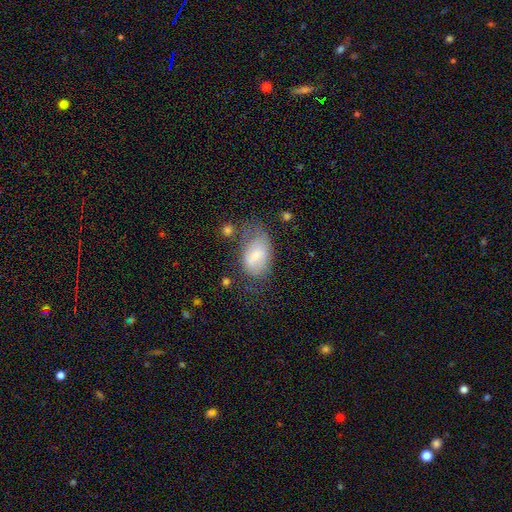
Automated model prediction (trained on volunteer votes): smooth_or_featured: smooth (p=0.68) [alt: featured or disk p=0.25]
how_rounded: in between (p=0.90) [alt: round p=0.09]
merging: none (p=0.37) [alt: minor disturbance p=0.32]